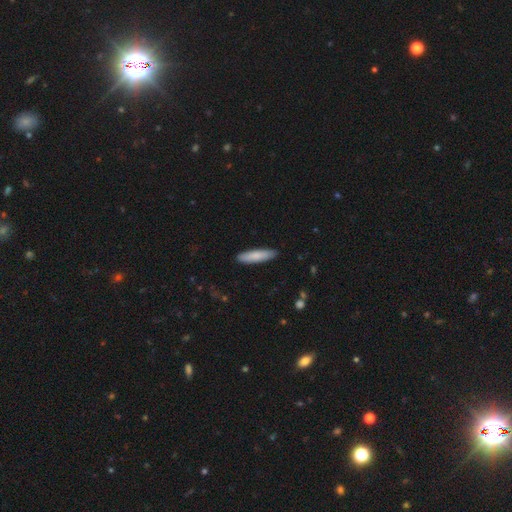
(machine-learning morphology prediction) smooth-or-featured: smooth: 83% | featured or disk: 12% | star or artifact: 5%
  how-rounded: cigar-shaped: 78% | in between: 21% | round: 1%
  merging: none: 90% | minor disturbance: 8% | major disturbance: 1% | merger: 1%